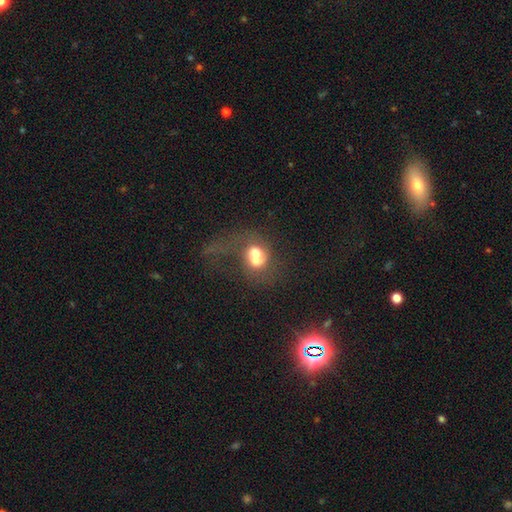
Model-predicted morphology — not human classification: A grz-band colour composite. It shows a smooth galaxy with no disk features (52%) that is round (61%). Merging: merger (69%).